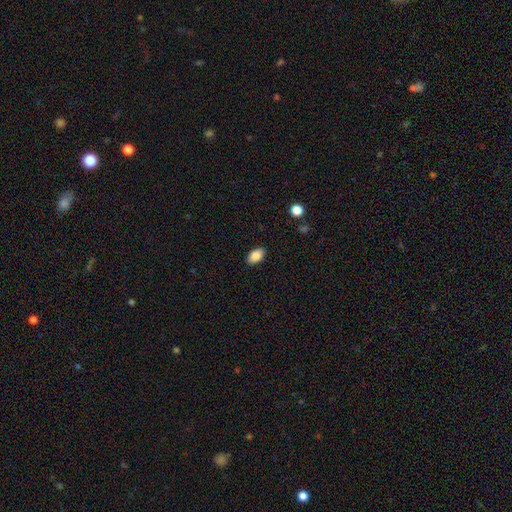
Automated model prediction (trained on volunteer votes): Q: Smooth or featured?
A: smooth (87%); runner-up: star or artifact (8%)
Q: How rounded?
A: in between (92%); runner-up: round (6%)
Q: Merging?
A: none (89%); runner-up: minor disturbance (8%)